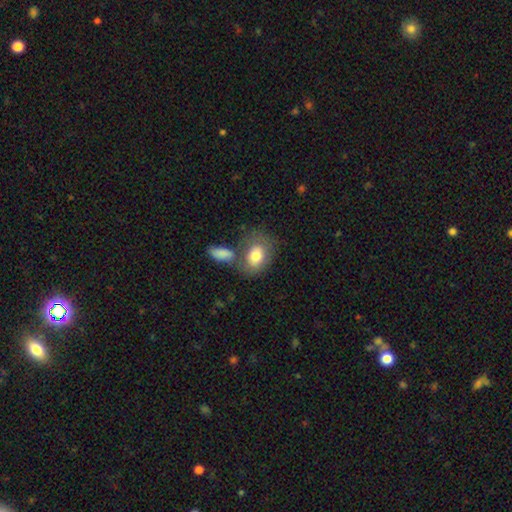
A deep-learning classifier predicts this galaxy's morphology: Smooth or featured: smooth — 77% (featured or disk — 16%)
How rounded: in between — 69% (round — 29%)
Merging: none — 47% (merger — 27%)